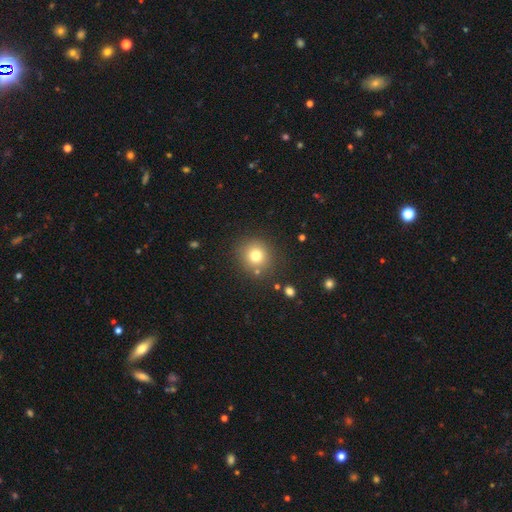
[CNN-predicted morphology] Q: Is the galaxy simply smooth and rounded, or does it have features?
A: smooth — 76%.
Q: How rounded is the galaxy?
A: round — 90%.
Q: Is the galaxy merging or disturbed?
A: none — 84%.